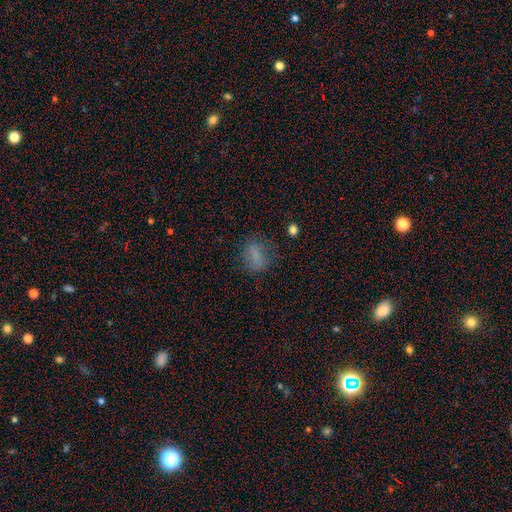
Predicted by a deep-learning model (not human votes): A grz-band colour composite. It shows a smooth galaxy with no disk features (74%) that is in between round and cigar-shaped (63%). Merging: none (67%).